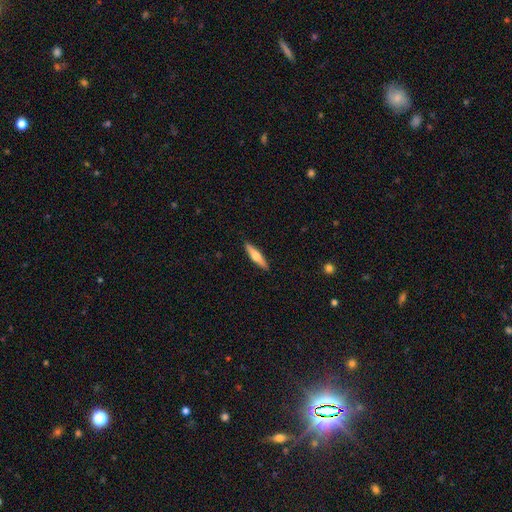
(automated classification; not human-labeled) smooth_or_featured: smooth (p=0.49) [alt: featured or disk p=0.46]
merging: none (p=0.91) [alt: minor disturbance p=0.07]